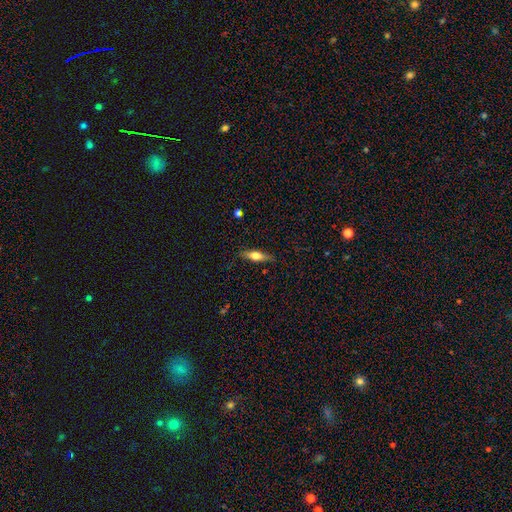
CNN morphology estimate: type=smooth (61%); roundness=cigar-shaped (57%); merging=none (84%).